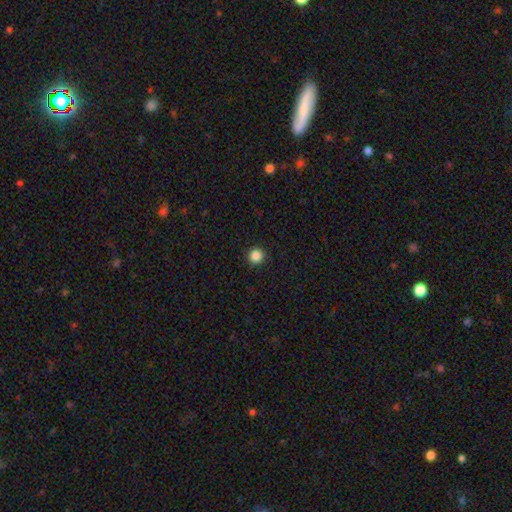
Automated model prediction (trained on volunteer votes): Smooth or featured?
  - smooth: 86% *
  - star or artifact: 11%
  - featured or disk: 4%
How rounded?
  - round: 95% *
  - in between: 4%
  - cigar-shaped: 1%
Merging?
  - none: 93% *
  - minor disturbance: 5%
  - major disturbance: 2%
  - merger: 1%